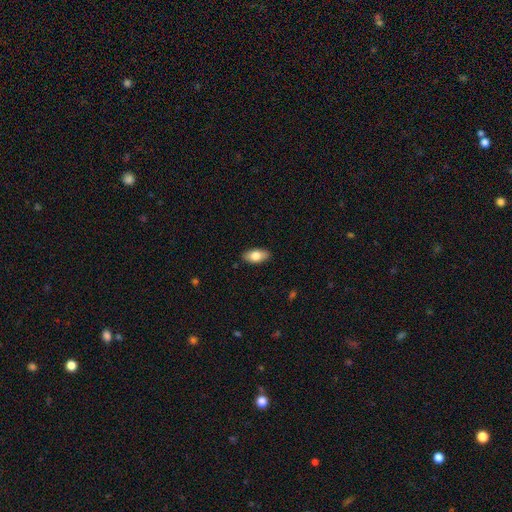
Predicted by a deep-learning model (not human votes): Morphology: type=smooth (80%); roundness=in between (91%); merging=none (88%).